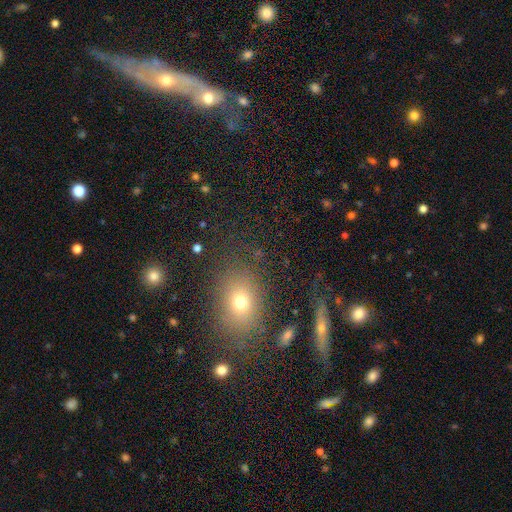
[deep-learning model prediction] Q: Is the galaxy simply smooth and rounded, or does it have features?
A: smooth — 62%.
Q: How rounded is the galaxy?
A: in between — 59%.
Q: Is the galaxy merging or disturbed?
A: none — 79%.